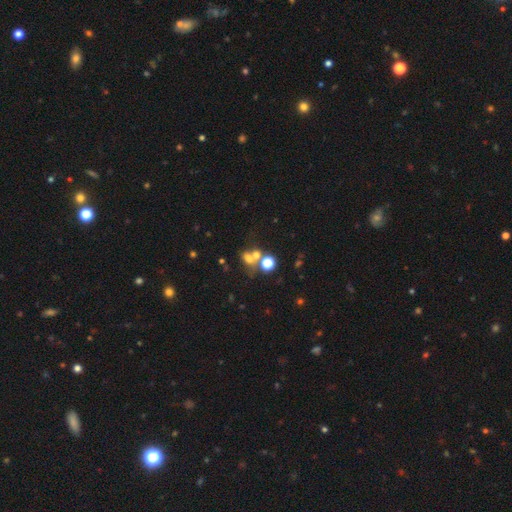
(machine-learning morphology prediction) Smooth or featured? smooth (55%)
How rounded? round (59%)
Merging? merger (44%)